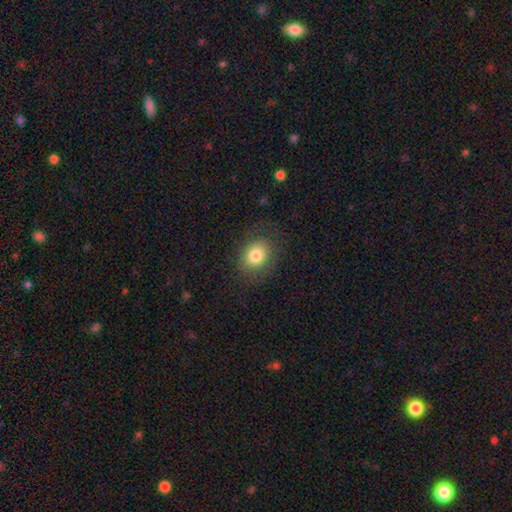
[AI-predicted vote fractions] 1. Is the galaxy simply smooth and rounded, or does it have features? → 79% smooth, 11% featured or disk, 10% star or artifact.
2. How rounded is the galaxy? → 52% in between, 47% round, 1% cigar-shaped.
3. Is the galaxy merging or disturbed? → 78% none, 14% minor disturbance, 7% major disturbance, 1% merger.